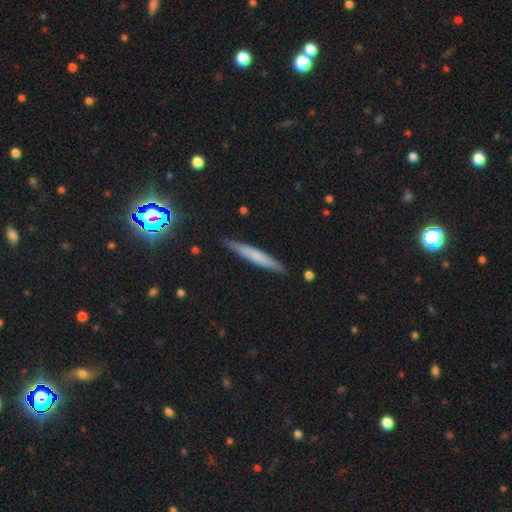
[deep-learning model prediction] Smooth or featured? Predicted: smooth (p=0.59). How rounded? Predicted: cigar-shaped (p=0.94). Merging? Predicted: none (p=0.88).